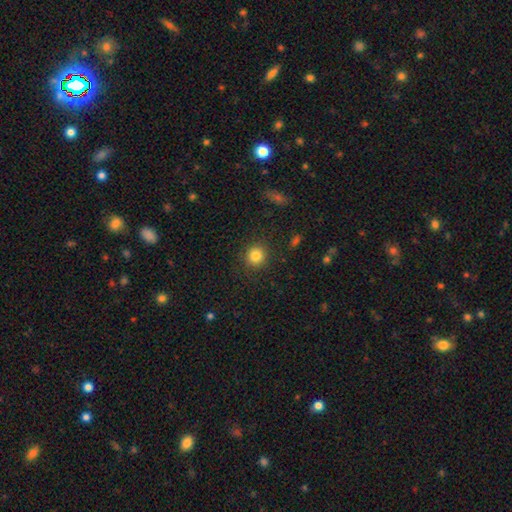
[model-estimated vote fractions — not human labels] smooth 83%, star or artifact 11%, featured or disk 5%. Down the decision tree: how rounded — round (91%); merging — none (89%).